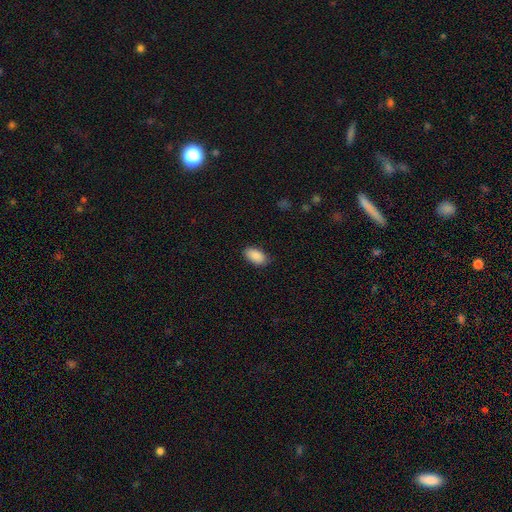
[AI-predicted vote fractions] Smooth or featured: smooth — 90% (star or artifact — 6%)
How rounded: in between — 94% (round — 4%)
Merging: none — 85% (minor disturbance — 12%)